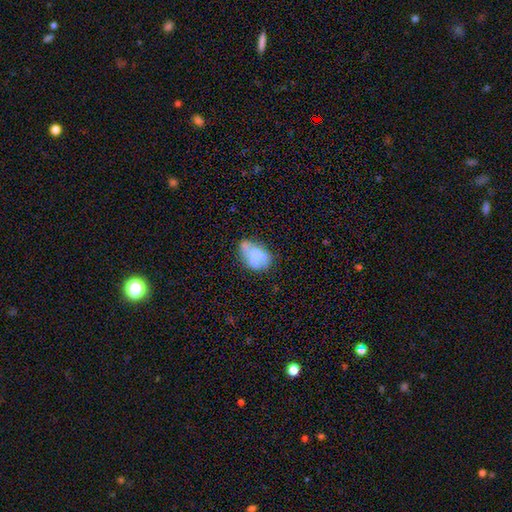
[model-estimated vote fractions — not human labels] This is possibly a smooth galaxy (55%). How rounded: clearly in between (82%). Merging: marginally none (35%).